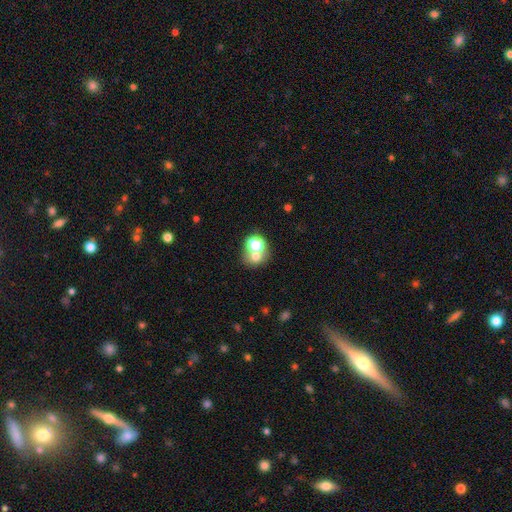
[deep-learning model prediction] Morphology: type=smooth (67%); roundness=round (72%); merging=merger (47%).